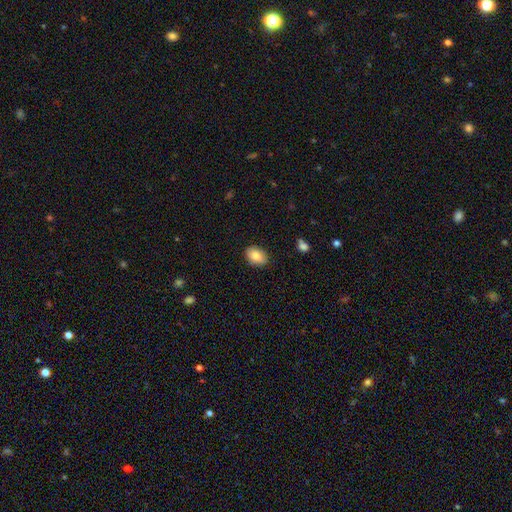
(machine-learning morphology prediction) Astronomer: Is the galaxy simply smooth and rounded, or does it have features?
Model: smooth — 85%.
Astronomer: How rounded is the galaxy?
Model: in between — 82%.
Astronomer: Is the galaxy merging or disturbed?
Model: none — 87%.